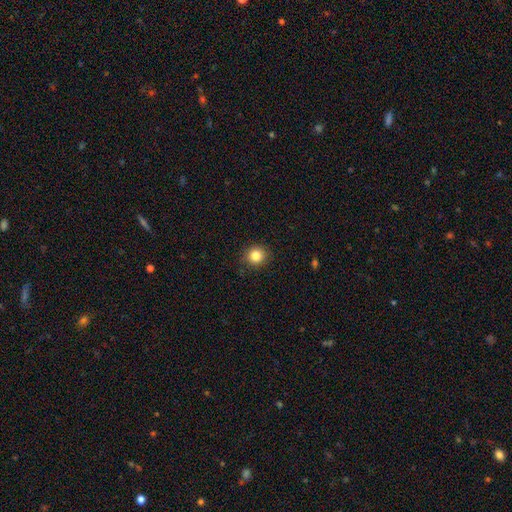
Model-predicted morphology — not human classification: Smooth or featured? smooth (84%)
How rounded? round (86%)
Merging? none (89%)